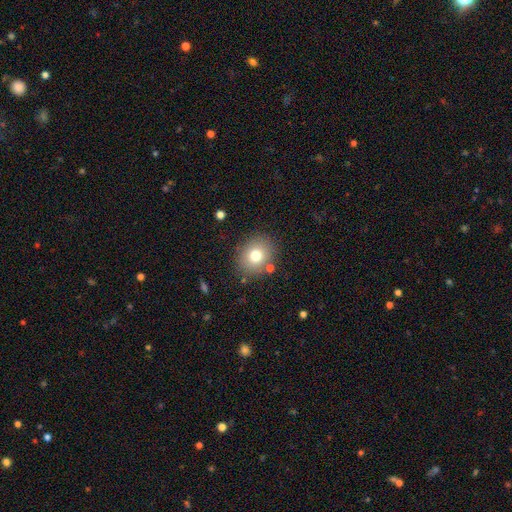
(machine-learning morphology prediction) A smooth galaxy with no disk features (75%) that is round (62%).

Vote fractions:
- Smooth or featured? smooth: 75% / featured or disk: 14% / star or artifact: 12%
- How rounded? round: 62% / in between: 37% / cigar-shaped: 1%
- Merging? none: 83% / minor disturbance: 10% / merger: 4% / major disturbance: 3%